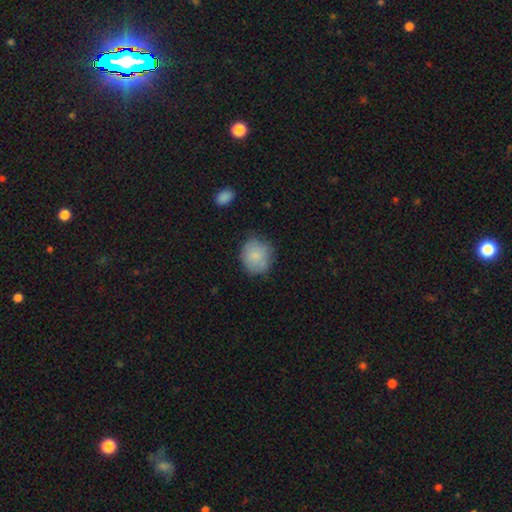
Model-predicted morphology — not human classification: type=smooth (80%); roundness=round (77%); merging=none (70%).